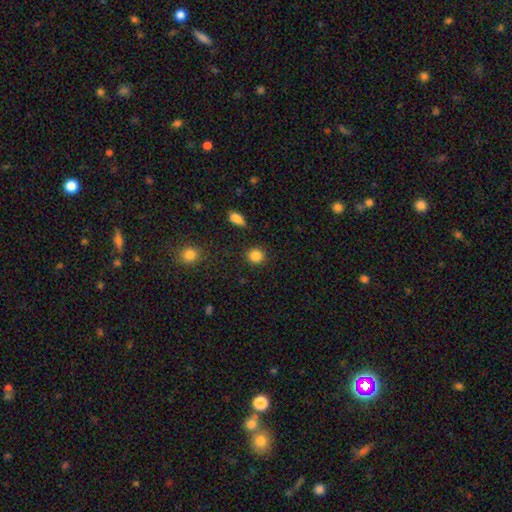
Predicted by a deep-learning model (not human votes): This appears to be a smooth galaxy with no disk features (86%) that is round (87%). Merging: none (89%).